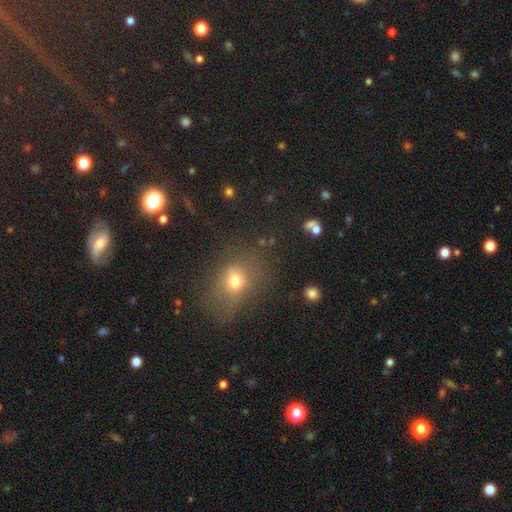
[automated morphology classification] A smooth galaxy with no disk features (53%) that is in between round and cigar-shaped (53%).

Vote fractions:
- Smooth or featured? smooth: 53% / star or artifact: 37% / featured or disk: 10%
- How rounded? in between: 53% / round: 45% / cigar-shaped: 2%
- Merging? none: 83% / minor disturbance: 10% / major disturbance: 4% / merger: 2%